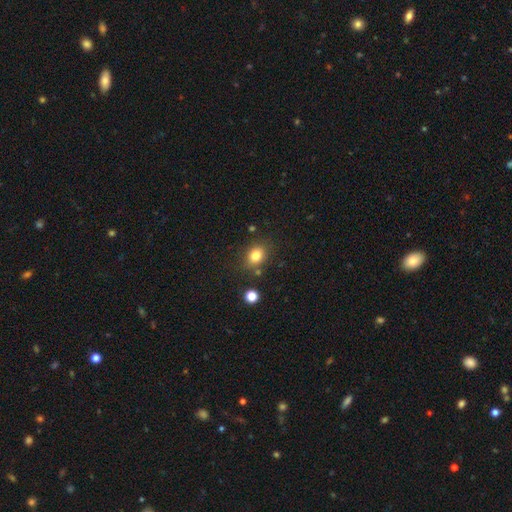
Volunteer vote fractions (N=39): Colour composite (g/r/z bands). It shows a smooth galaxy with no disk features (82%) that is round (56%). Merging: none (83%).